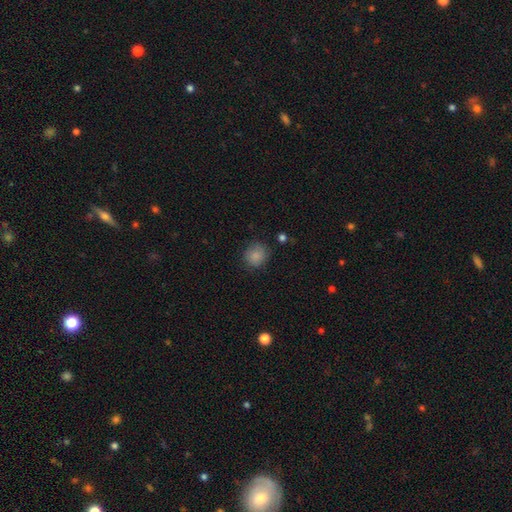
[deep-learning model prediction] smooth-or-featured: smooth: 85% | star or artifact: 9% | featured or disk: 6%
  how-rounded: round: 86% | in between: 13% | cigar-shaped: 1%
  merging: none: 79% | minor disturbance: 15% | major disturbance: 4% | merger: 2%